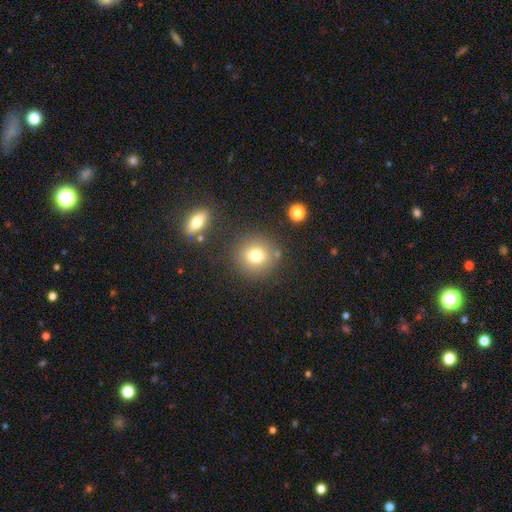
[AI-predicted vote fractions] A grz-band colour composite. It shows a smooth galaxy with no disk features (75%) that is round (90%). Merging: none (80%).